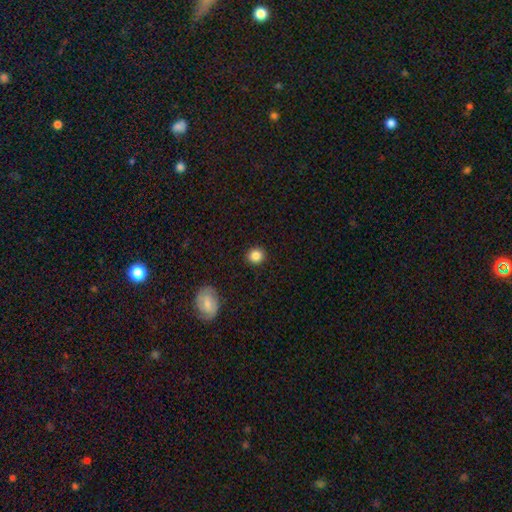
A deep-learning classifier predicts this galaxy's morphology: Smooth or featured?
  - smooth: 85% *
  - star or artifact: 10%
  - featured or disk: 5%
How rounded?
  - round: 87% *
  - in between: 12%
  - cigar-shaped: 1%
Merging?
  - none: 91% *
  - minor disturbance: 6%
  - major disturbance: 2%
  - merger: 1%